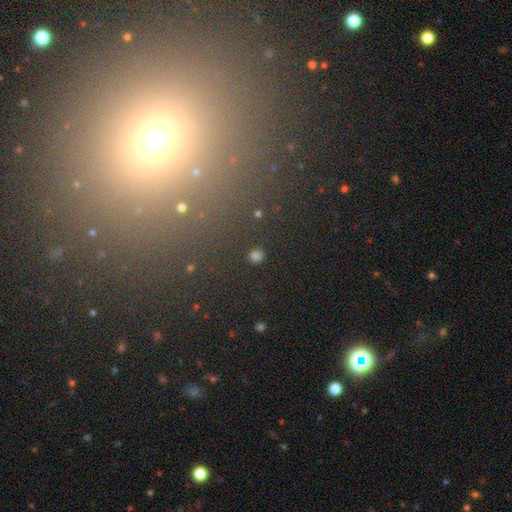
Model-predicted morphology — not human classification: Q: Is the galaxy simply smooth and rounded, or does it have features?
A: smooth — 47%.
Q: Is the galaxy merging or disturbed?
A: none — 87%.